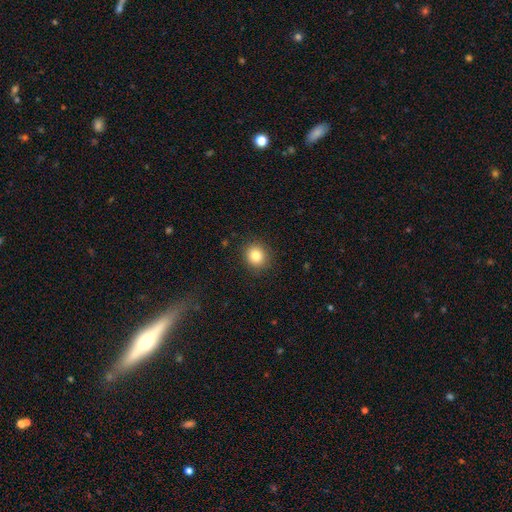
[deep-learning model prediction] Morphology: type=smooth (82%); roundness=round (87%); merging=none (90%).